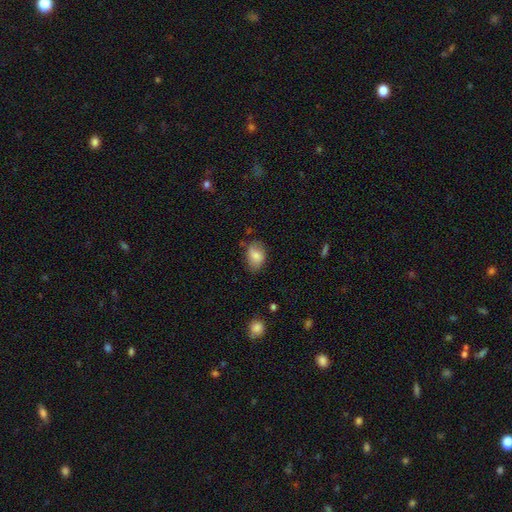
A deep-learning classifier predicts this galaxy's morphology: type=smooth (80%); roundness=in between (83%); merging=none (66%).